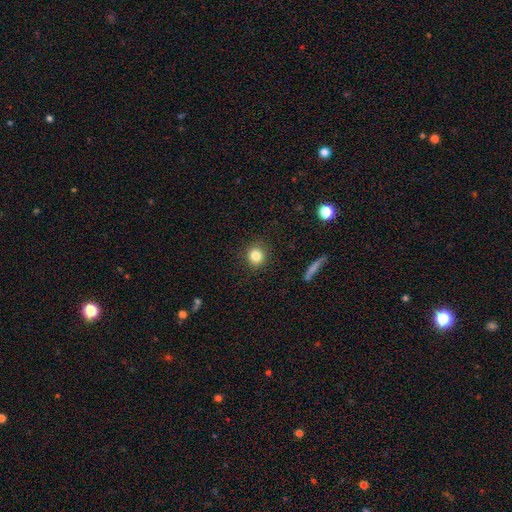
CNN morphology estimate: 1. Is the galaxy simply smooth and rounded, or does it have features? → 83% smooth, 11% star or artifact, 6% featured or disk.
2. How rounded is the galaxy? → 87% round, 12% in between, 1% cigar-shaped.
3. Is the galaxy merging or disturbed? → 89% none, 7% minor disturbance, 2% major disturbance, 1% merger.